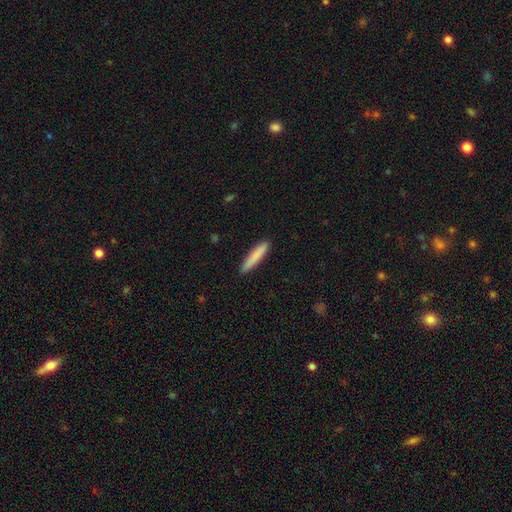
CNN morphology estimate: Q: Smooth or featured?
A: smooth (83%); runner-up: featured or disk (11%)
Q: How rounded?
A: cigar-shaped (92%); runner-up: in between (7%)
Q: Merging?
A: none (90%); runner-up: minor disturbance (7%)